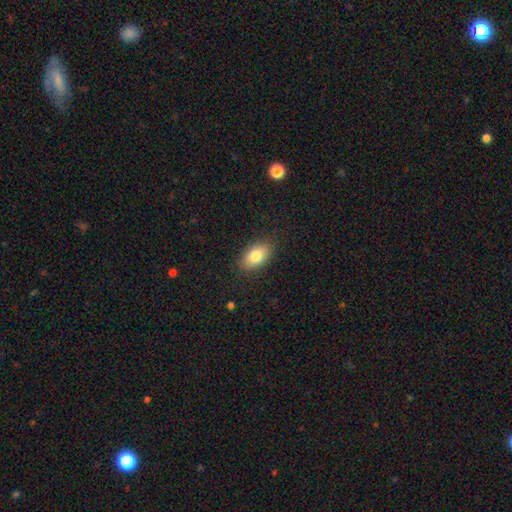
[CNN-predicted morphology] smooth-or-featured: smooth: 81% | featured or disk: 11% | star or artifact: 8%
  how-rounded: in between: 90% | round: 8% | cigar-shaped: 2%
  merging: none: 87% | minor disturbance: 10% | major disturbance: 3% | merger: 1%